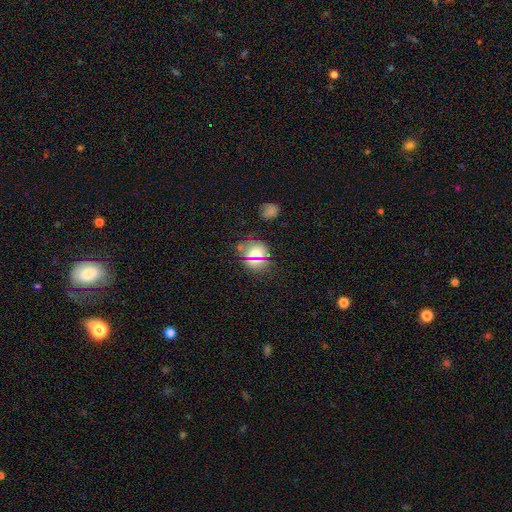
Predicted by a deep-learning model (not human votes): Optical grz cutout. It shows a smooth galaxy with no disk features (63%) that is round (71%). Merging: none (80%).